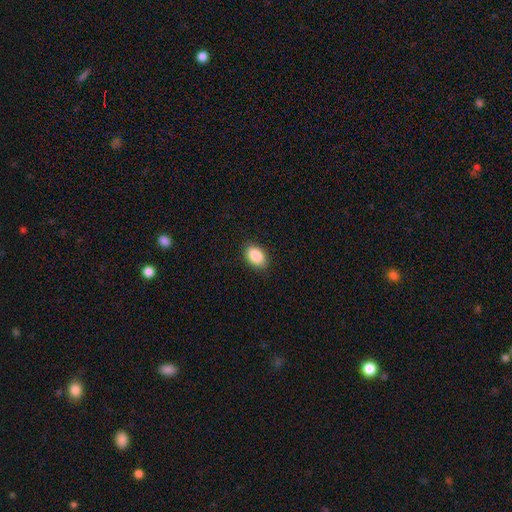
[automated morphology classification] Smooth or featured?
  - smooth: 89% *
  - star or artifact: 7%
  - featured or disk: 4%
How rounded?
  - in between: 89% *
  - round: 10%
  - cigar-shaped: 1%
Merging?
  - none: 88% *
  - minor disturbance: 9%
  - major disturbance: 2%
  - merger: 1%